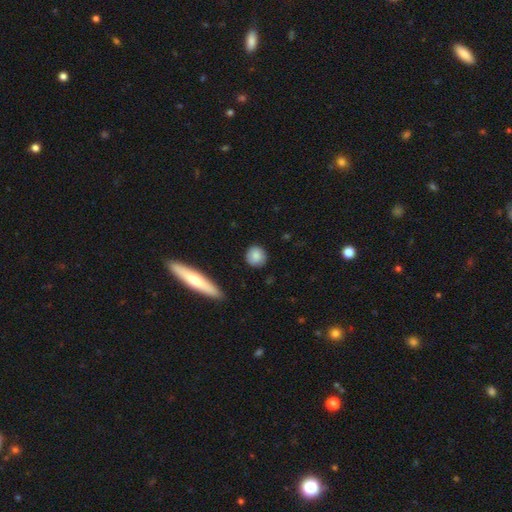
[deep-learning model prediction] A smooth galaxy with no disk features (84%) that is round (86%).

Vote fractions:
- Smooth or featured? smooth: 84% / featured or disk: 9% / star or artifact: 7%
- How rounded? round: 86% / in between: 12% / cigar-shaped: 2%
- Merging? none: 87% / minor disturbance: 9% / major disturbance: 2% / merger: 2%